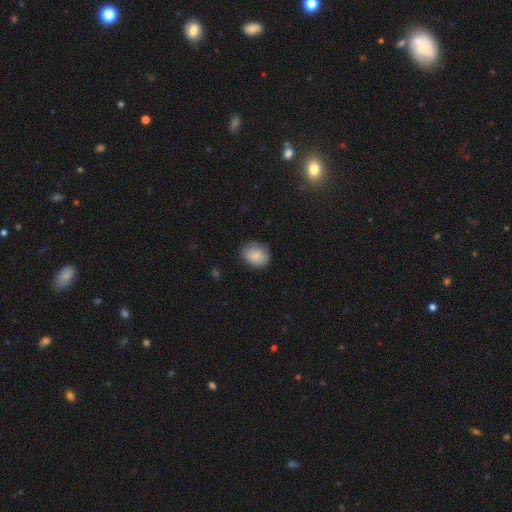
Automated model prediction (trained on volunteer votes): smooth 86%, star or artifact 7%, featured or disk 7%. Down the decision tree: how rounded — in between (53%); merging — none (81%).